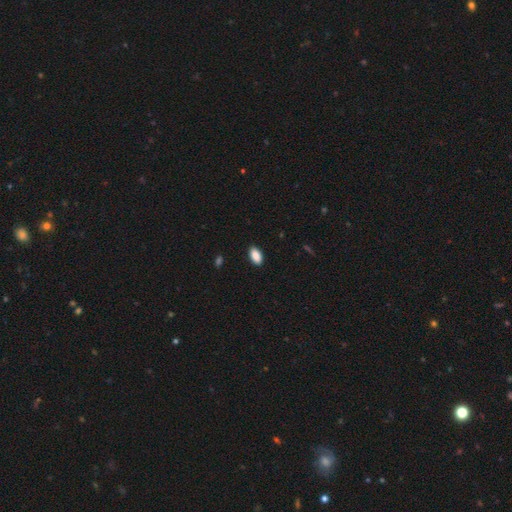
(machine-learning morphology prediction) type=smooth (89%); roundness=in between (94%); merging=none (88%).